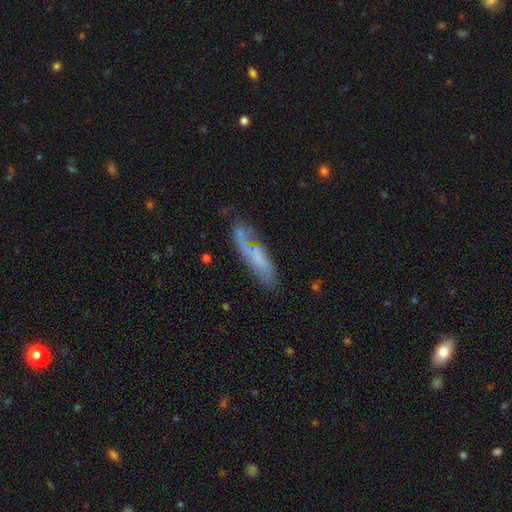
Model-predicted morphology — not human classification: type=smooth (52%); roundness=cigar-shaped (65%); merging=none (48%).